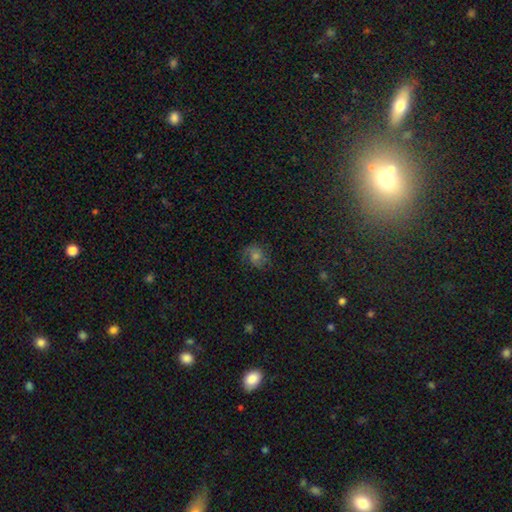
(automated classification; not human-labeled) This appears to be a featured or disk galaxy (45%). Merging: none (73%).